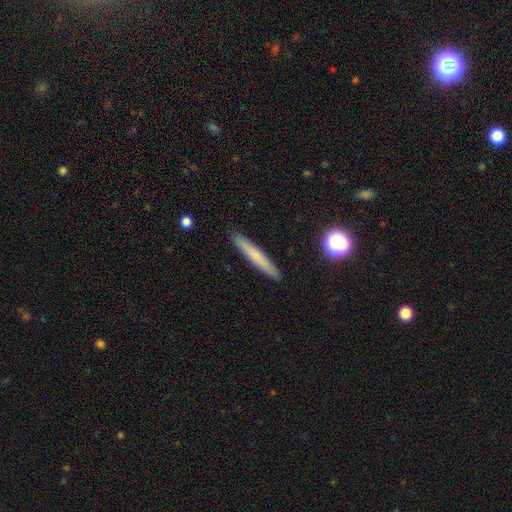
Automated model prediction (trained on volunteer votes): smooth-or-featured: smooth: 67% | featured or disk: 26% | star or artifact: 8%
  how-rounded: cigar-shaped: 96% | in between: 3% | round: 1%
  merging: none: 92% | minor disturbance: 6% | major disturbance: 1% | merger: 1%